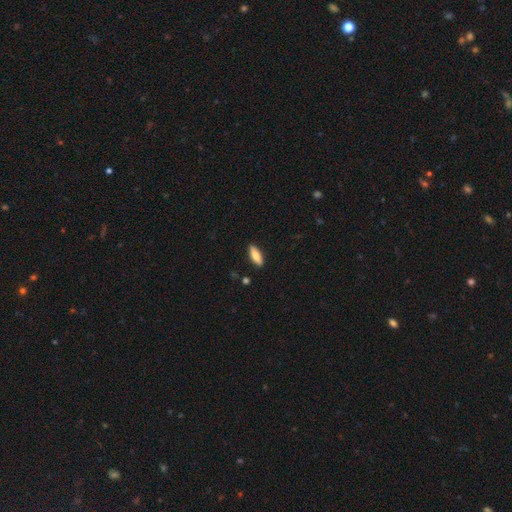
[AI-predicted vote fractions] smooth-or-featured: smooth: 78% | featured or disk: 16% | star or artifact: 6%
  how-rounded: in between: 58% | cigar-shaped: 40% | round: 2%
  merging: none: 88% | minor disturbance: 8% | major disturbance: 2% | merger: 1%